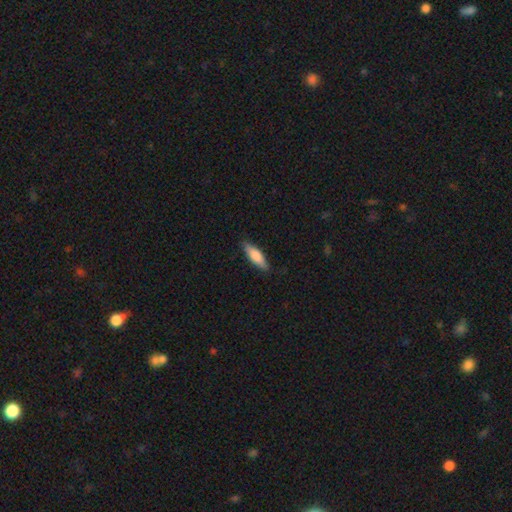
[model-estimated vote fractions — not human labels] Morphology: type=smooth (76%); roundness=cigar-shaped (51%); merging=none (86%).